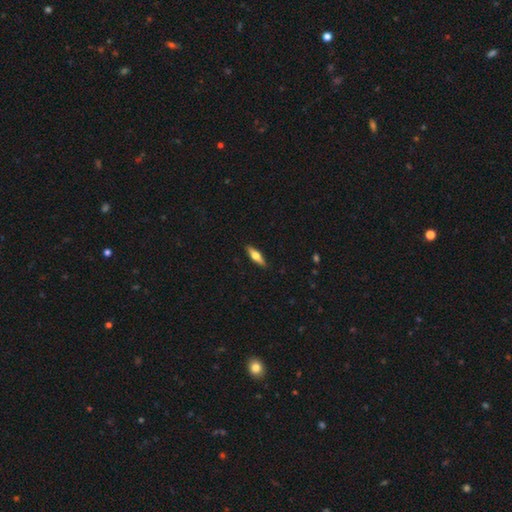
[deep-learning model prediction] smooth 47% (tied), featured or disk 47% (tied), star or artifact 6%. Down the decision tree: merging — none (90%).